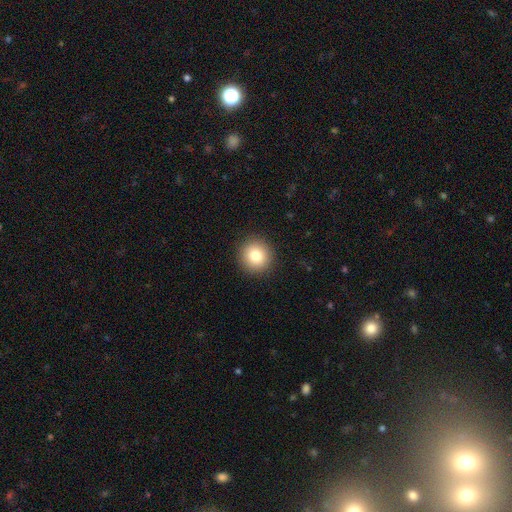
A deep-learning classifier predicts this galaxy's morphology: Smooth or featured? smooth (81%)
How rounded? round (93%)
Merging? none (92%)